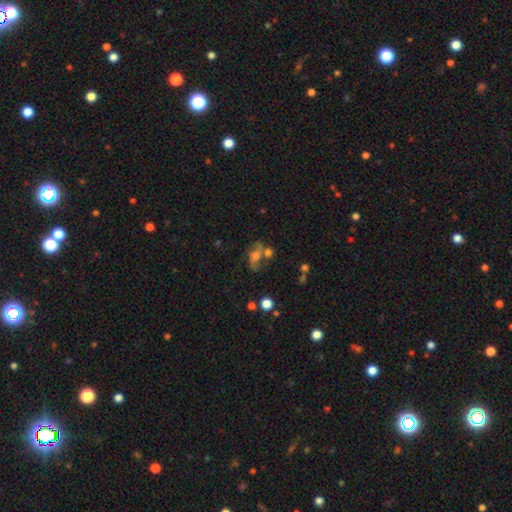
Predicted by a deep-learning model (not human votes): Smooth or featured? featured or disk (47%)
Merging? none (41%)